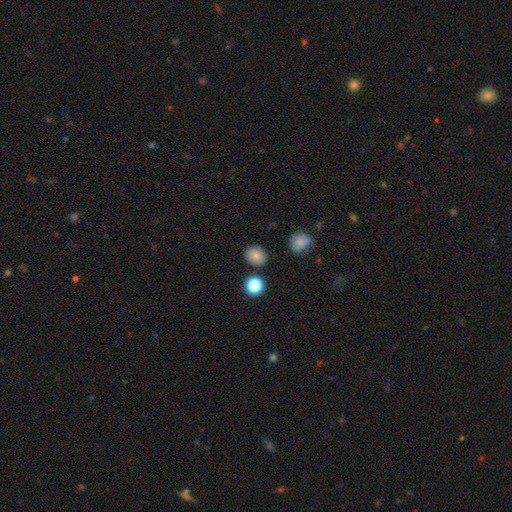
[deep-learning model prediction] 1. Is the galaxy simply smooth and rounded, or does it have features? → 82% smooth, 12% star or artifact, 5% featured or disk.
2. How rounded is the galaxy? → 60% round, 39% in between, 1% cigar-shaped.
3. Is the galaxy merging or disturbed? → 84% none, 10% minor disturbance, 3% merger, 3% major disturbance.